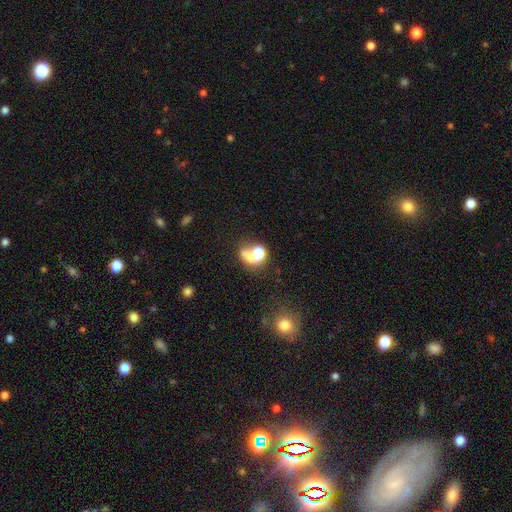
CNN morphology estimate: Q: Smooth or featured?
A: smooth (59%); runner-up: featured or disk (27%)
Q: How rounded?
A: round (53%); runner-up: in between (46%)
Q: Merging?
A: merger (59%); runner-up: none (22%)